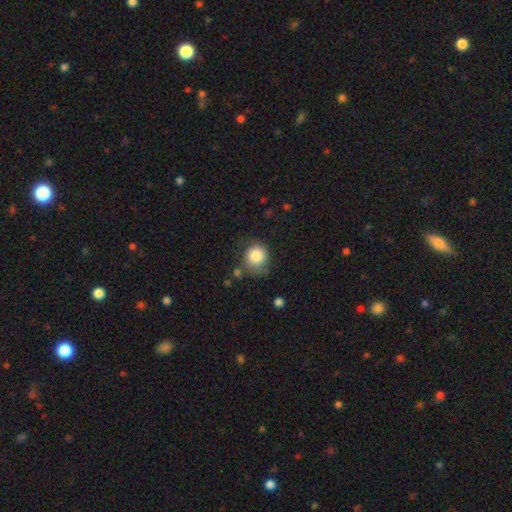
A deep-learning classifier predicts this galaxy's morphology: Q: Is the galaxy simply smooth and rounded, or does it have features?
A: smooth — 83%.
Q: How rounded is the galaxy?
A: round — 84%.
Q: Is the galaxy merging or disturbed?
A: none — 59%.